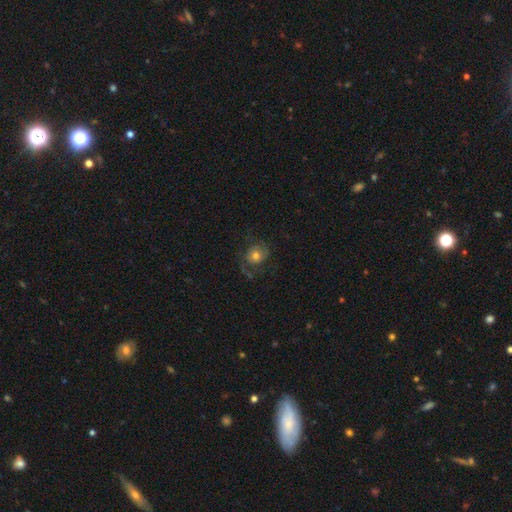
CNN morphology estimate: A featured or disk galaxy (47%).

Vote fractions:
- Smooth or featured? featured or disk: 47% / smooth: 44% / star or artifact: 9%
- Merging? none: 55% / major disturbance: 22% / minor disturbance: 20% / merger: 2%